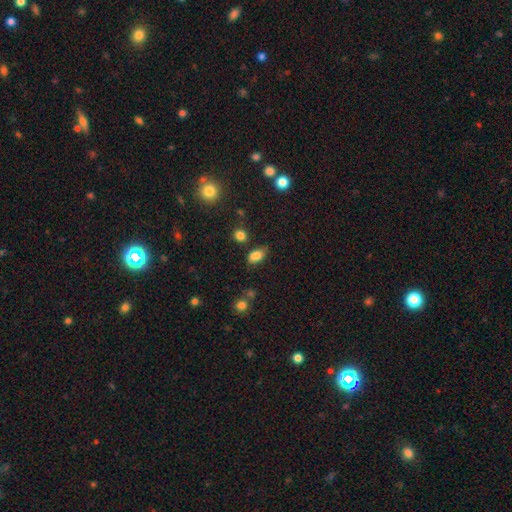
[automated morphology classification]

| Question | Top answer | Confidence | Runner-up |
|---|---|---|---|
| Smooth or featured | smooth | 82% | star or artifact (11%) |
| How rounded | in between | 86% | round (9%) |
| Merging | none | 65% | minor disturbance (22%) |